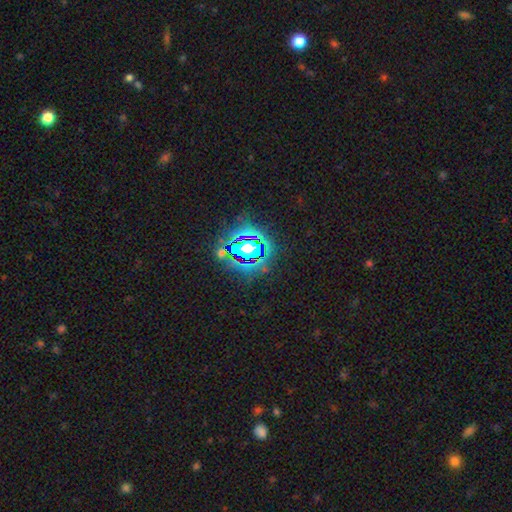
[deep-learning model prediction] This is clearly a star or artifact rather than a galaxy (82%).